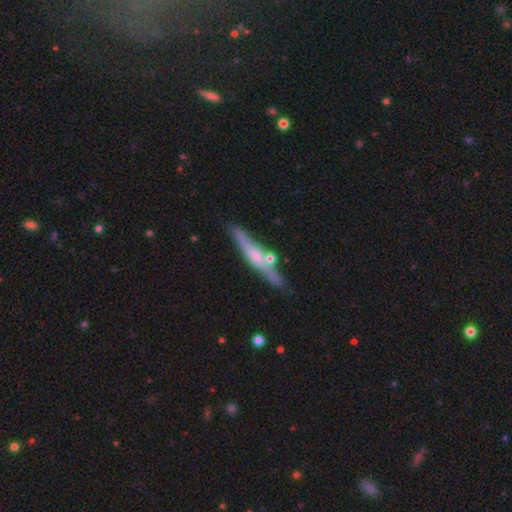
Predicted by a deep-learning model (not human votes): smooth-or-featured: featured or disk: 63% | smooth: 31% | star or artifact: 6%
  disk-edge-on: yes: 95% | no: 5%
    edge-on-bulge: rounded: 69% | none: 19% | boxy: 11%
  merging: none: 79% | minor disturbance: 11% | merger: 7% | major disturbance: 2%